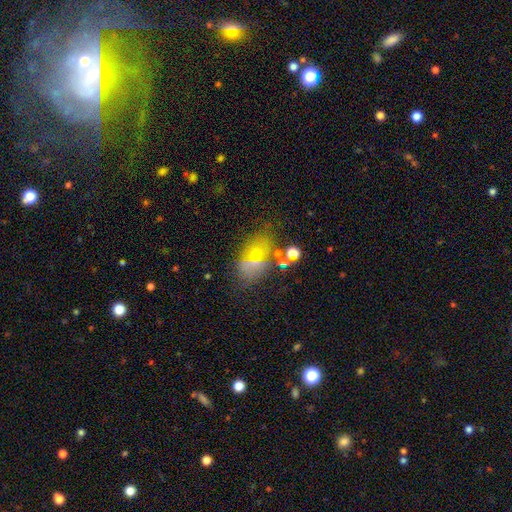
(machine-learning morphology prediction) Overall: smooth (53%; star or artifact 24%). How rounded: in between (79%). Merging: none (58%; minor disturbance 19%).